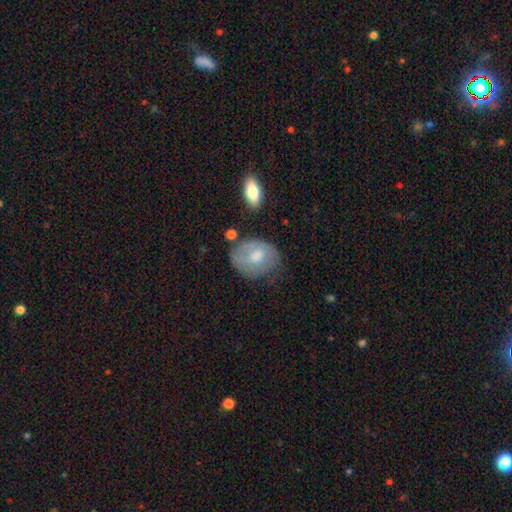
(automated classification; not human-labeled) Smooth or featured: smooth — 64% (featured or disk — 29%)
How rounded: in between — 61% (round — 38%)
Merging: none — 53% (minor disturbance — 29%)